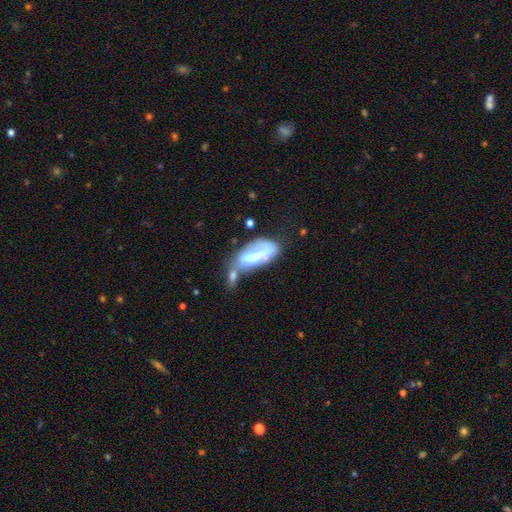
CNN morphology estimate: smooth 50%, featured or disk 42%, star or artifact 8%. Down the decision tree: merging — merger (41%).